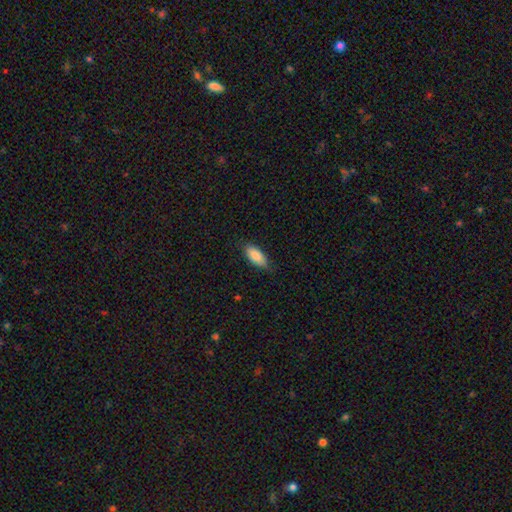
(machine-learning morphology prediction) type=smooth (88%); roundness=in between (84%); merging=none (77%).